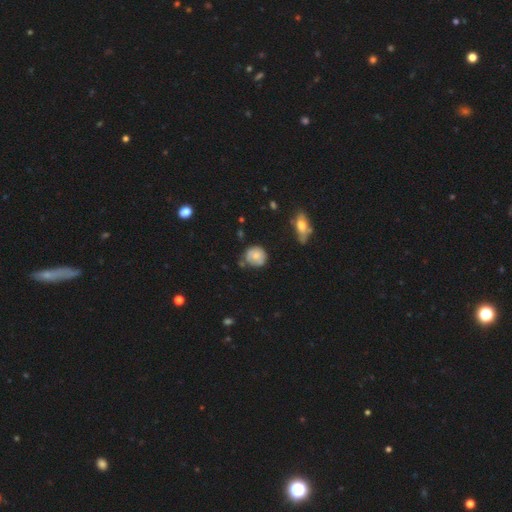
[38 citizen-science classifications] A smooth galaxy with no disk features (71%) that is round (85%).

Vote fractions:
- Smooth or featured? smooth: 71% / featured or disk: 26% / star or artifact: 3%
- How rounded? round: 85% / in between: 15% / cigar-shaped: 0%
- Merging? none: 57% / minor disturbance: 30% / merger: 8% / major disturbance: 5%